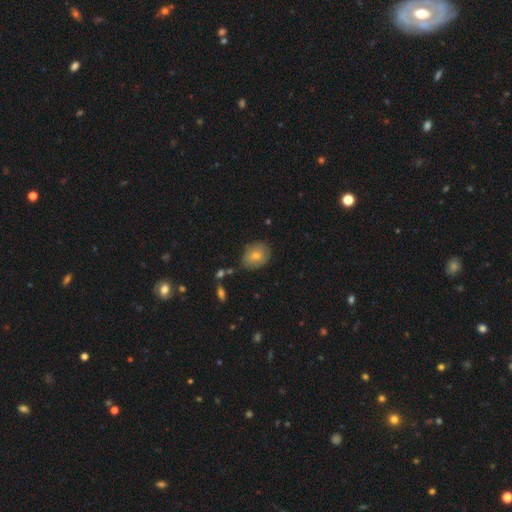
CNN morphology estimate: smooth-or-featured: smooth: 75% | featured or disk: 17% | star or artifact: 8%
  how-rounded: in between: 55% | round: 44% | cigar-shaped: 1%
  merging: none: 72% | minor disturbance: 21% | major disturbance: 4% | merger: 3%